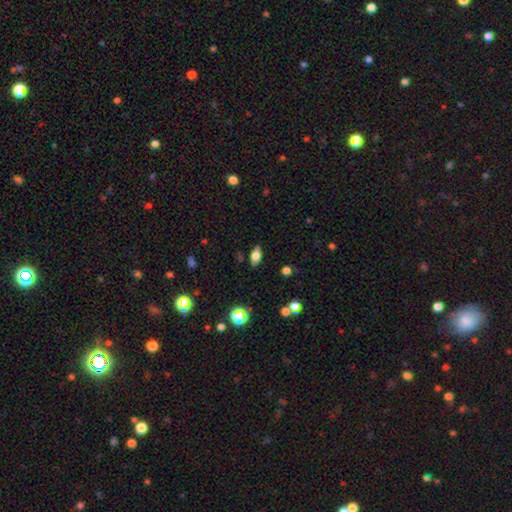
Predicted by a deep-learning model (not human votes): Smooth or featured? smooth (73%)
How rounded? in between (85%)
Merging? none (86%)